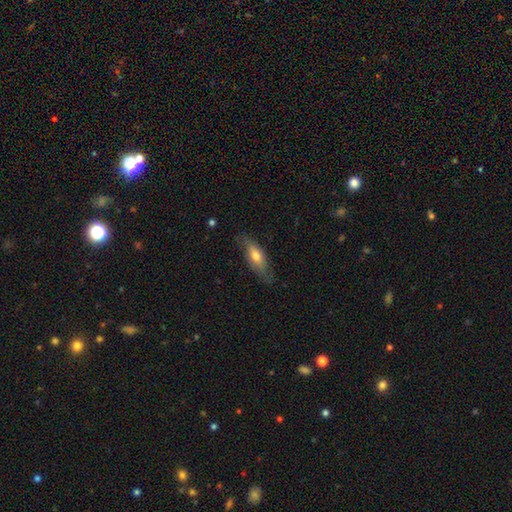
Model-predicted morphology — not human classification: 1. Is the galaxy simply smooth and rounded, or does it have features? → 57% smooth, 36% featured or disk, 7% star or artifact.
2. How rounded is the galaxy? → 57% in between, 40% cigar-shaped, 3% round.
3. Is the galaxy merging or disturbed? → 72% none, 21% minor disturbance, 6% major disturbance, 1% merger.